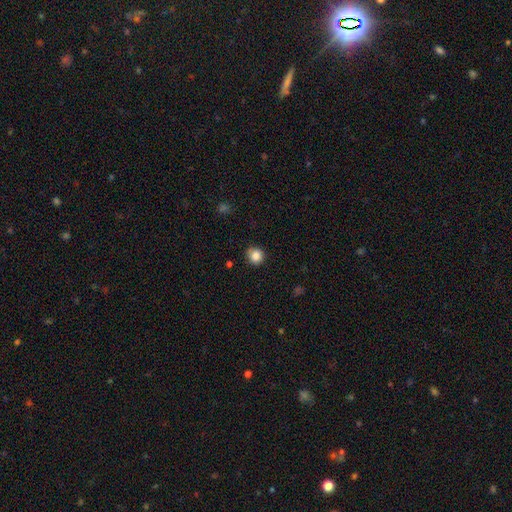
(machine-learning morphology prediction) type=smooth (85%); roundness=round (91%); merging=none (84%).